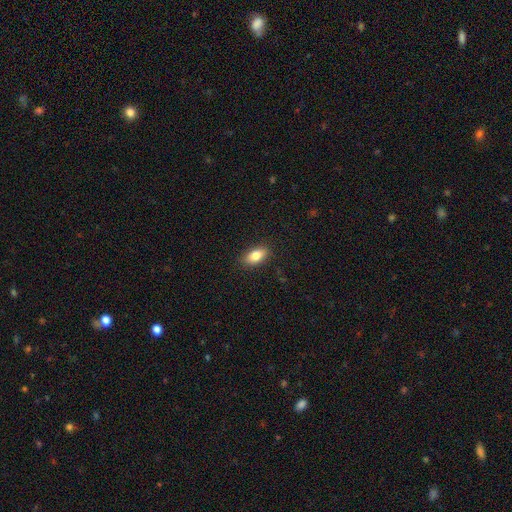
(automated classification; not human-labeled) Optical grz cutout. It shows a smooth galaxy with no disk features (81%) that is in between round and cigar-shaped (88%). Merging: none (87%).